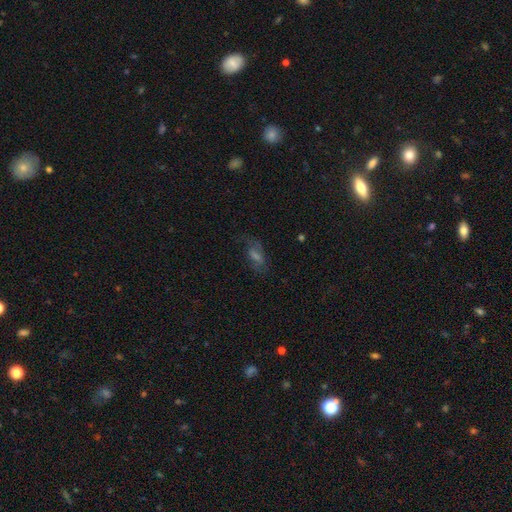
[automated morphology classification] Overall: featured or disk (40%; smooth 33%). Merging: none (65%).